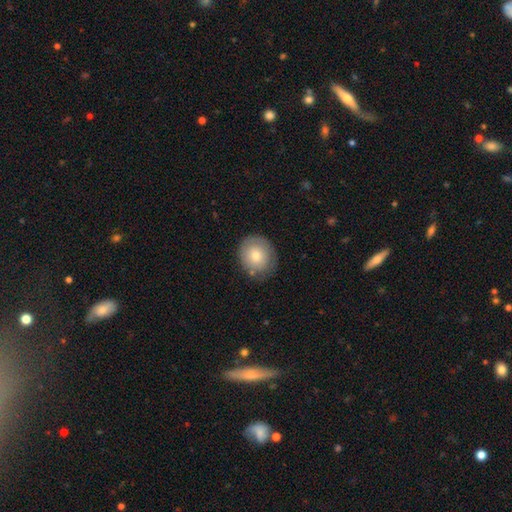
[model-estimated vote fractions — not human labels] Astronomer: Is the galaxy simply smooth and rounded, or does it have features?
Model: smooth — 76%.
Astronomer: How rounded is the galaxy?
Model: round — 76%.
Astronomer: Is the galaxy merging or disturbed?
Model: none — 76%.